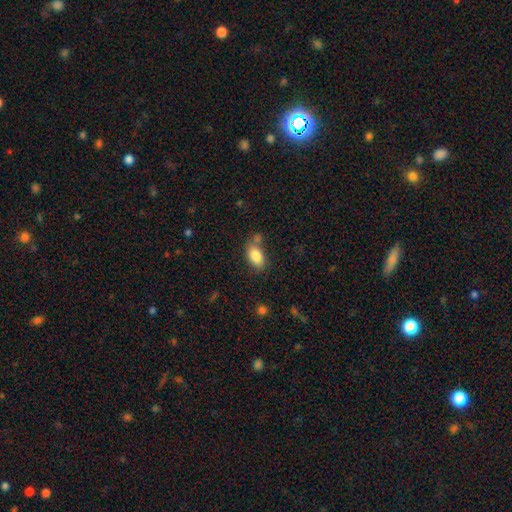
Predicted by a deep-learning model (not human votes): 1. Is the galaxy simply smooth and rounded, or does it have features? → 85% smooth, 8% star or artifact, 7% featured or disk.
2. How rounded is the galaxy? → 90% in between, 7% round, 3% cigar-shaped.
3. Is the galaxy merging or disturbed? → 59% none, 18% merger, 17% minor disturbance, 6% major disturbance.